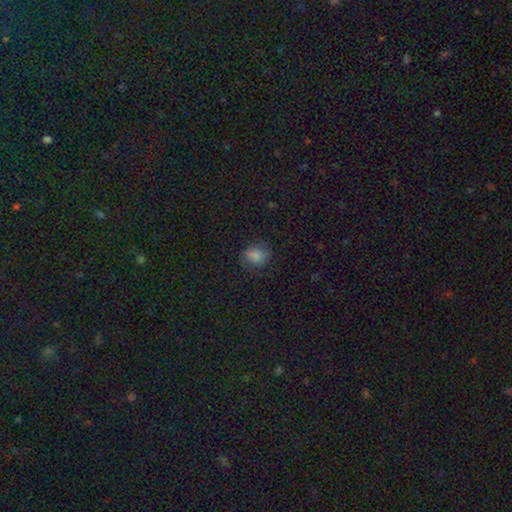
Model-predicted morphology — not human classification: The model was most divided on "how rounded": round: 55%, in between: 44%, cigar-shaped: 1%. More confident: smooth or featured — smooth (77%); merging — none (74%).